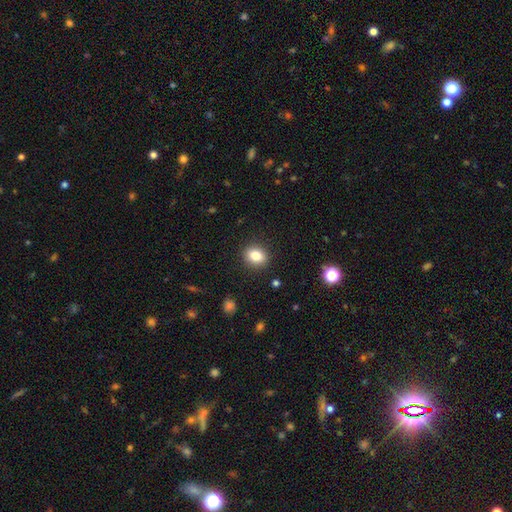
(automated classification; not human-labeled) Overall: smooth (82%). How rounded: round (58%; in between 41%). Merging: none (89%).